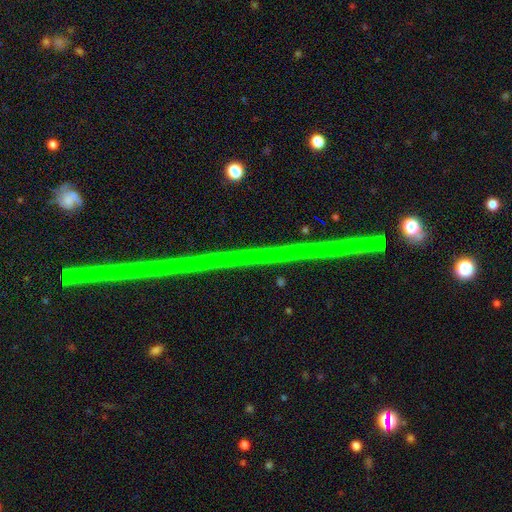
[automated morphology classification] This is likely a star or artifact rather than a galaxy (79%).